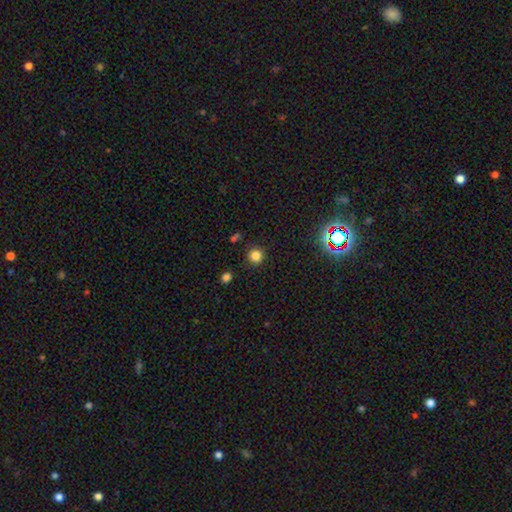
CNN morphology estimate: A smooth galaxy with no disk features (81%) that is round (94%). Merging: none (88%).